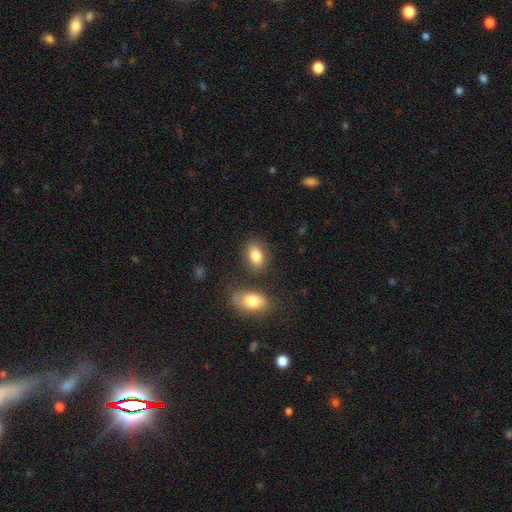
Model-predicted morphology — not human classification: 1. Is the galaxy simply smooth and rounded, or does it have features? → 83% smooth, 9% featured or disk, 8% star or artifact.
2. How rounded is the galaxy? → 87% in between, 11% round, 2% cigar-shaped.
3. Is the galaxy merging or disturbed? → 76% none, 12% minor disturbance, 9% merger, 4% major disturbance.